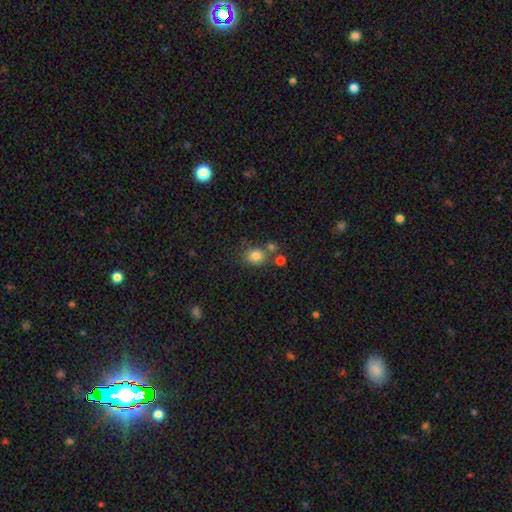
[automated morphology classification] A smooth galaxy with no disk features (82%) that is round (63%).

Vote fractions:
- Smooth or featured? smooth: 82% / star or artifact: 12% / featured or disk: 7%
- How rounded? round: 63% / in between: 36% / cigar-shaped: 1%
- Merging? none: 65% / merger: 17% / minor disturbance: 13% / major disturbance: 5%